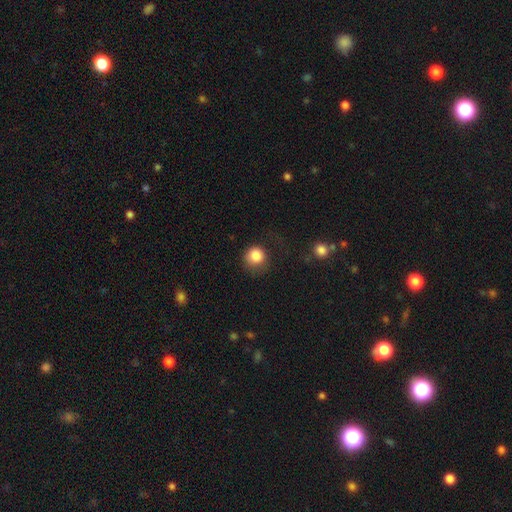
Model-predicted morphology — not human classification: The model was most divided on "merging": none: 64%, minor disturbance: 19%, major disturbance: 14%, merger: 2%. More confident: how rounded — round (89%); smooth or featured — smooth (84%).